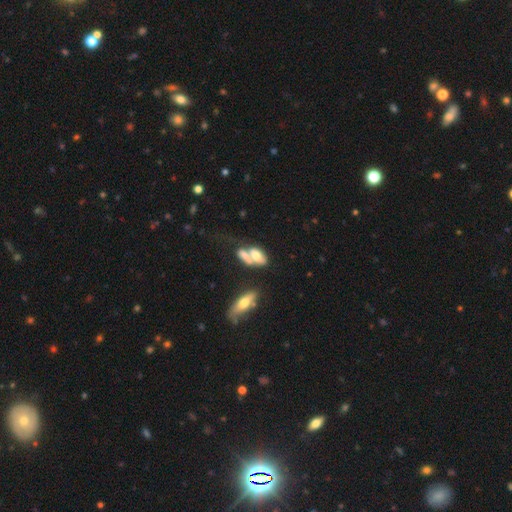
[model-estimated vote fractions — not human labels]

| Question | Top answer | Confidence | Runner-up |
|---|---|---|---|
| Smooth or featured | smooth | 55% | featured or disk (37%) |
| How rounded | in between | 85% | cigar-shaped (9%) |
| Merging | merger | 54% | none (23%) |